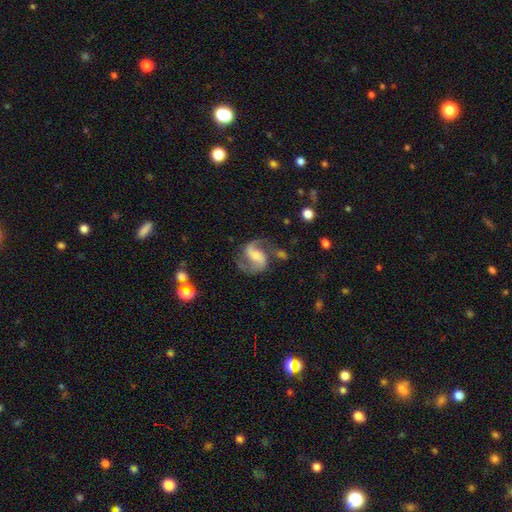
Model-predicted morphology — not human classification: Smooth or featured?
  - featured or disk: 88% *
  - smooth: 7%
  - star or artifact: 5%
Edge-on disk?
  - no: 98% *
  - yes: 2%
Bar?
  - weak: 43% *
  - no: 29%
  - strong: 28%
Spiral arms?
  - yes: 97% *
  - no: 3%
Spiral winding?
  - medium: 55% *
  - loose: 32%
  - tight: 12%
Spiral arm count?
  - 2: 93% *
  - 1: 2%
  - can't tell: 2%
  - 3: 1%
  - 4: 1%
  - more than 4: 1%
Bulge size?
  - moderate: 33% *
  - small: 26%
  - none: 22%
  - large: 17%
  - dominant: 3%
Merging?
  - none: 69% *
  - minor disturbance: 16%
  - major disturbance: 11%
  - merger: 4%